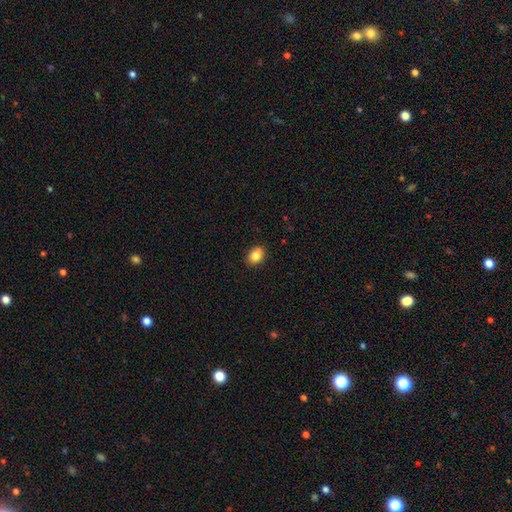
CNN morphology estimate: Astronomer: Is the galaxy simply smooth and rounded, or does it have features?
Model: smooth — 83%.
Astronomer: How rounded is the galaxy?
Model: in between — 62%.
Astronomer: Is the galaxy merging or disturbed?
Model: none — 88%.